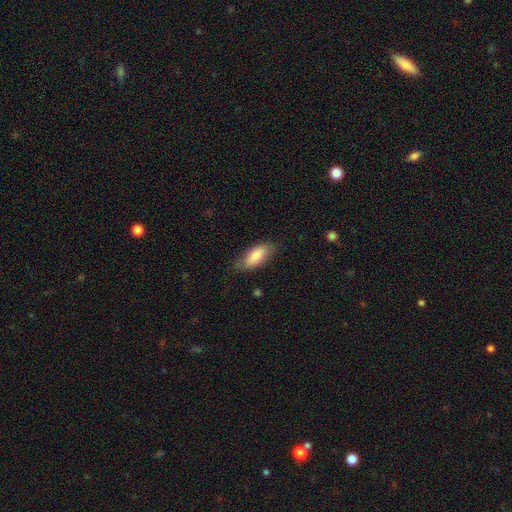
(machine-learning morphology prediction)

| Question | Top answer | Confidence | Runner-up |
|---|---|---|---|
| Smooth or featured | smooth | 81% | featured or disk (13%) |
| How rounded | in between | 86% | cigar-shaped (12%) |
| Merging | none | 73% | minor disturbance (21%) |